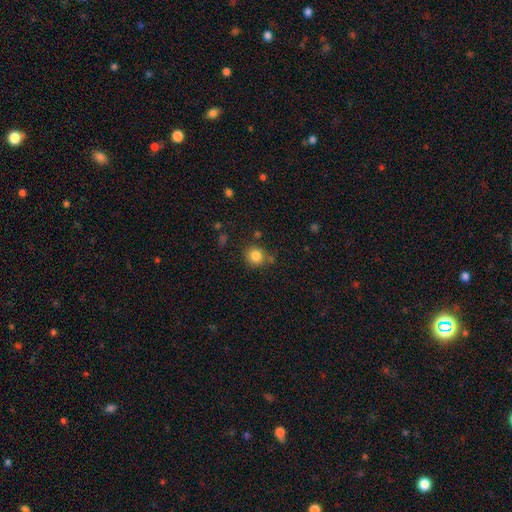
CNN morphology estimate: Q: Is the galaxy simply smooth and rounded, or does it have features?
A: smooth — 83%.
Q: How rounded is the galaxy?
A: round — 89%.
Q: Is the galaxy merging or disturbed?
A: none — 77%.